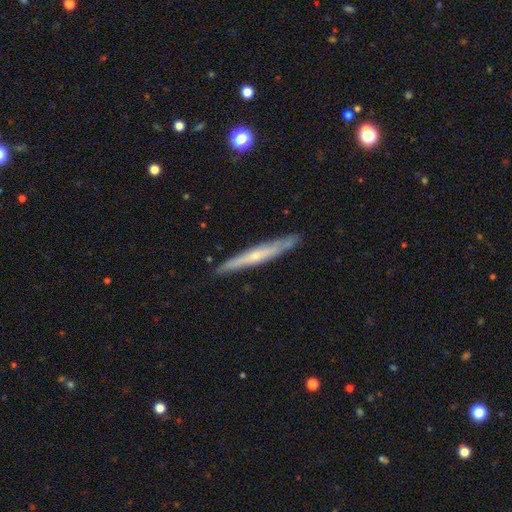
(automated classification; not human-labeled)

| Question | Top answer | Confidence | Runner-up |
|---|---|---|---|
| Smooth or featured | featured or disk | 59% | smooth (35%) |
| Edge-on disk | yes | 92% | no (8%) |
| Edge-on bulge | rounded | 51% | none (45%) |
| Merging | none | 87% | minor disturbance (10%) |